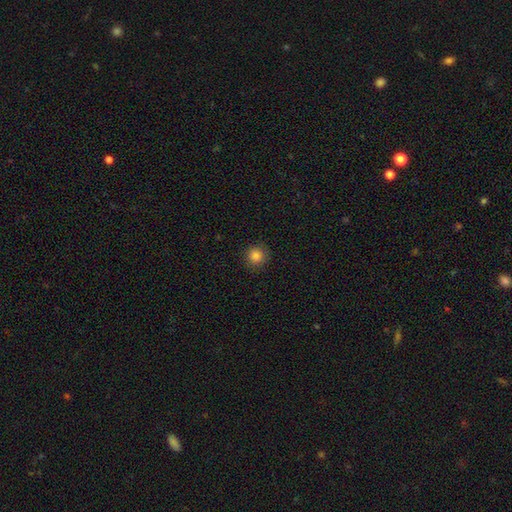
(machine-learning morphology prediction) Smooth or featured?
  - smooth: 84% *
  - star or artifact: 12%
  - featured or disk: 4%
How rounded?
  - round: 92% *
  - in between: 7%
  - cigar-shaped: 1%
Merging?
  - none: 88% *
  - minor disturbance: 8%
  - major disturbance: 2%
  - merger: 1%